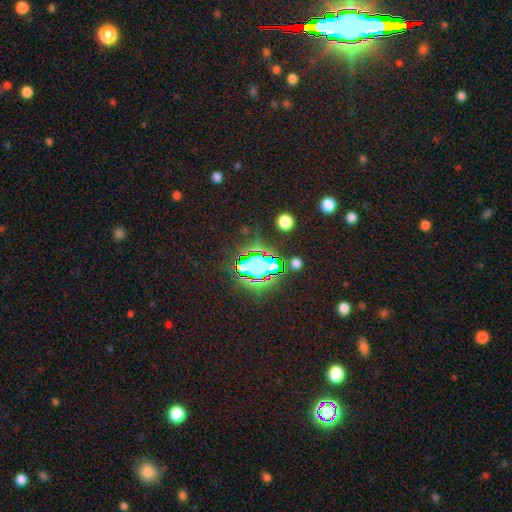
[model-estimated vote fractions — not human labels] smooth_or_featured: star or artifact (p=0.76) [alt: smooth p=0.14]